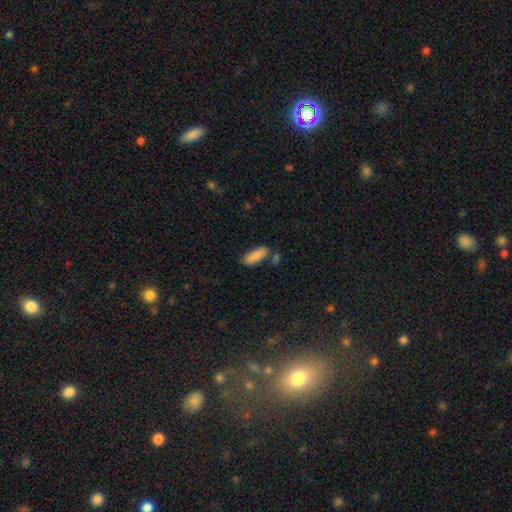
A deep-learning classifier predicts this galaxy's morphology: Smooth or featured?
  - smooth: 86% *
  - featured or disk: 8%
  - star or artifact: 6%
How rounded?
  - in between: 67% *
  - cigar-shaped: 32%
  - round: 2%
Merging?
  - none: 71% *
  - minor disturbance: 14%
  - merger: 11%
  - major disturbance: 3%